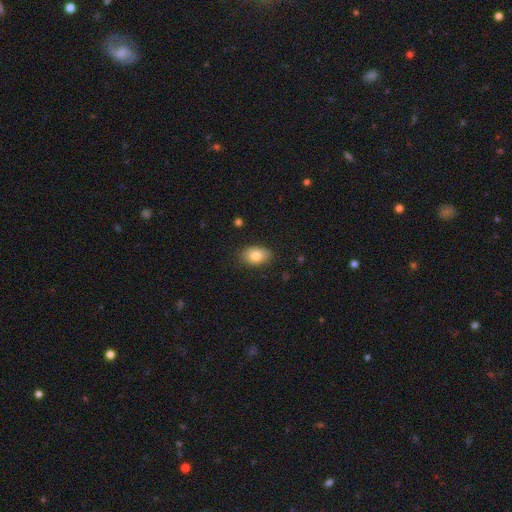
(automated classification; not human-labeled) smooth-or-featured: smooth: 81% | featured or disk: 12% | star or artifact: 8%
  how-rounded: in between: 86% | round: 13% | cigar-shaped: 1%
  merging: none: 85% | minor disturbance: 12% | major disturbance: 2% | merger: 1%